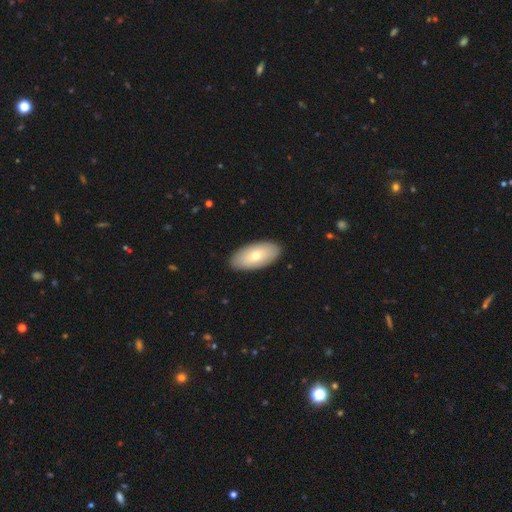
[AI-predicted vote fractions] This is likely a smooth galaxy (67%). How rounded: clearly in between (94%). Merging: clearly none (89%).